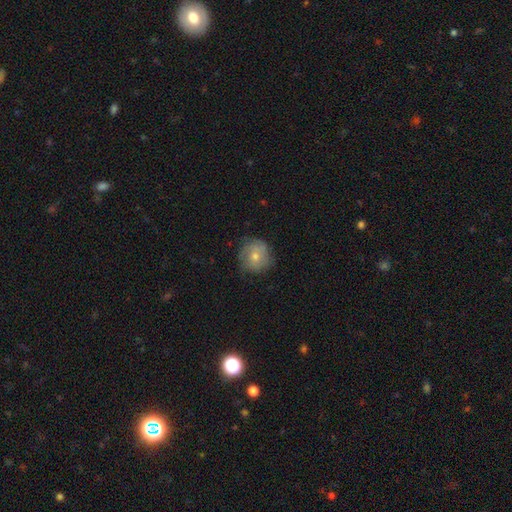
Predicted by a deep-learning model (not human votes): A smooth galaxy with no disk features (56%) that is round (89%). Merging: none (71%).